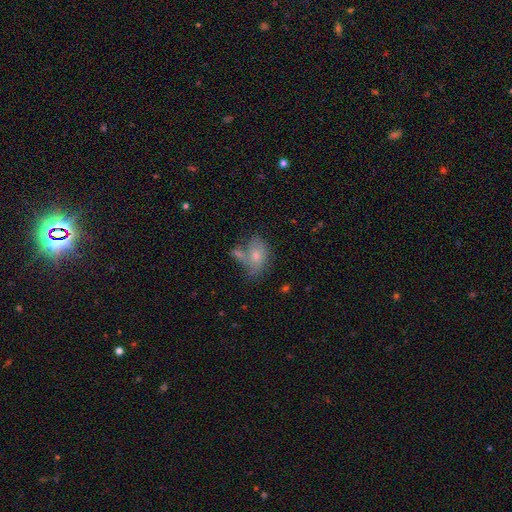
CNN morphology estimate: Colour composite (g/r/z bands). It shows a smooth galaxy with no disk features (64%) that is in between round and cigar-shaped (77%). Merging: none (39%).